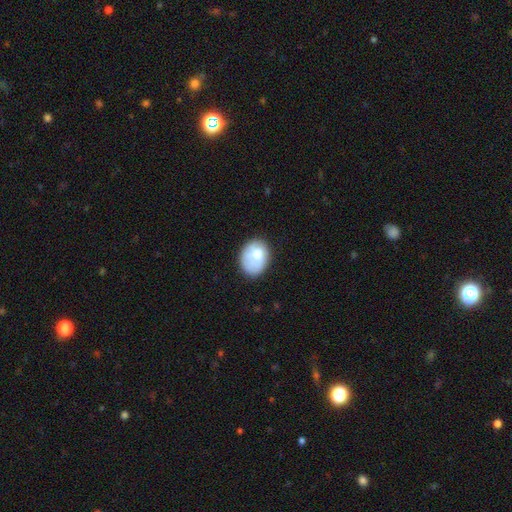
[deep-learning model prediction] Overall: smooth (72%). How rounded: in between (66%; round 33%). Merging: none (60%; minor disturbance 27%).